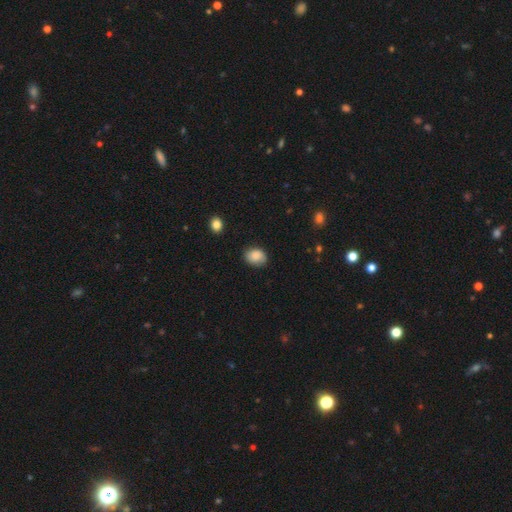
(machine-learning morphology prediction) Smooth or featured? smooth (84%)
How rounded? in between (57%)
Merging? none (76%)